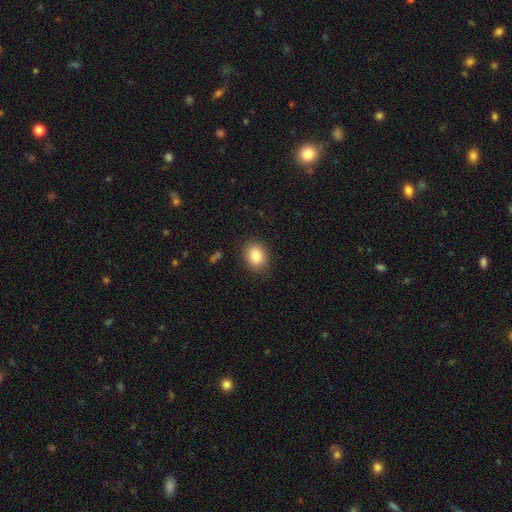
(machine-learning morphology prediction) This appears to be a smooth galaxy with no disk features (86%) that is in between round and cigar-shaped (58%). Merging: none (86%).